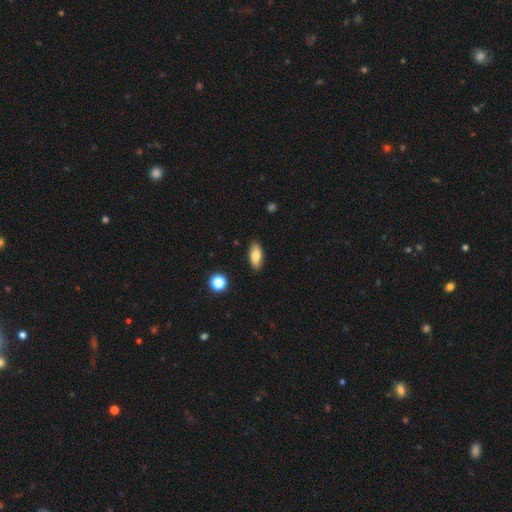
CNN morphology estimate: This is likely a smooth galaxy (79%). How rounded: clearly in between (86%). Merging: clearly none (88%).